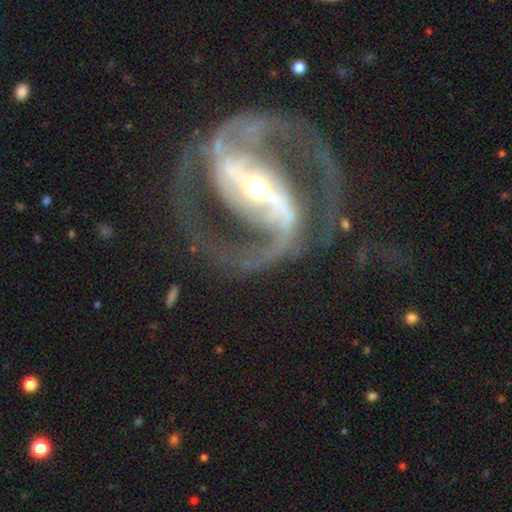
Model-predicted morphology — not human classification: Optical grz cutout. It shows a featured or disk galaxy (92%) with a strong bar (74%), 2 (93%) medium (62%) spiral arms (98%) and a moderate central bulge (48%). Merging: none (75%).